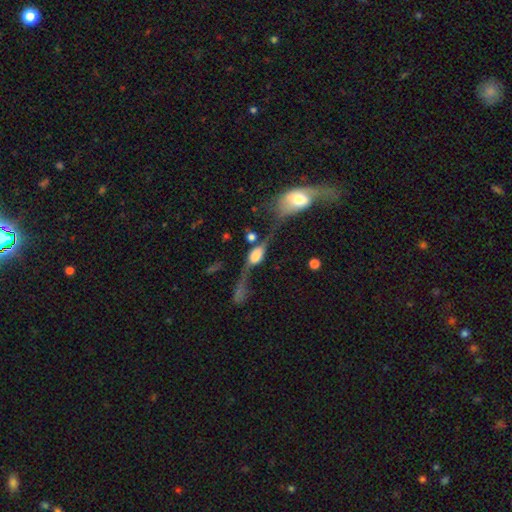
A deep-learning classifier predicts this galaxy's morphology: The model was most divided on "merging": none: 34%, major disturbance: 27%, merger: 23%, minor disturbance: 16%. More confident: smooth or featured — featured or disk (67%); edge-on disk — yes (65%).